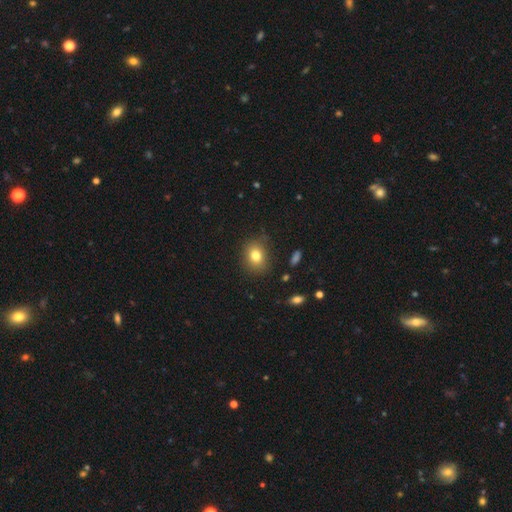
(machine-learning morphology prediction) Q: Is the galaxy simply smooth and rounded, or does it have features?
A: smooth — 80%.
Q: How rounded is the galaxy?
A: in between — 51%.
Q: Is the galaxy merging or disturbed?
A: none — 82%.